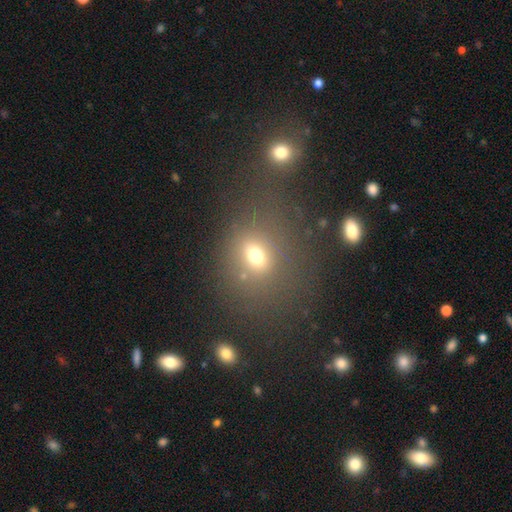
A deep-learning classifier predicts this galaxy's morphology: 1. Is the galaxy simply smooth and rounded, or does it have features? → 68% smooth, 20% star or artifact, 12% featured or disk.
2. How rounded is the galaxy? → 54% round, 44% in between, 2% cigar-shaped.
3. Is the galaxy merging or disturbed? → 66% none, 14% minor disturbance, 11% major disturbance, 9% merger.